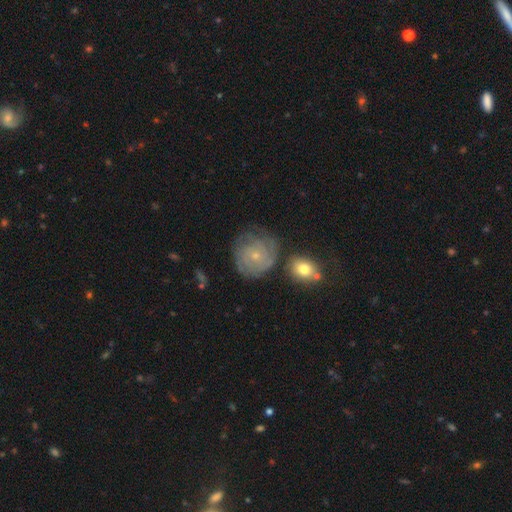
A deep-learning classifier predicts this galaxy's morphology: Q: Smooth or featured?
A: featured or disk (69%); runner-up: smooth (23%)
Q: Edge-on disk?
A: no (98%); runner-up: yes (2%)
Q: Bar?
A: no (79%); runner-up: weak (18%)
Q: Spiral arms?
A: yes (88%); runner-up: no (12%)
Q: Spiral winding?
A: tight (71%); runner-up: medium (22%)
Q: Spiral arm count?
A: can't tell (45%); runner-up: 3 (17%)
Q: Bulge size?
A: small (76%); runner-up: moderate (20%)
Q: Merging?
A: none (66%); runner-up: minor disturbance (21%)